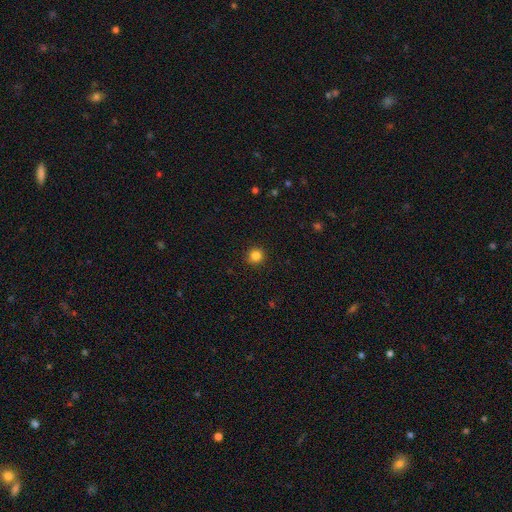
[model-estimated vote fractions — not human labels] Smooth or featured? Predicted: smooth (p=0.84). How rounded? Predicted: round (p=0.94). Merging? Predicted: none (p=0.92).